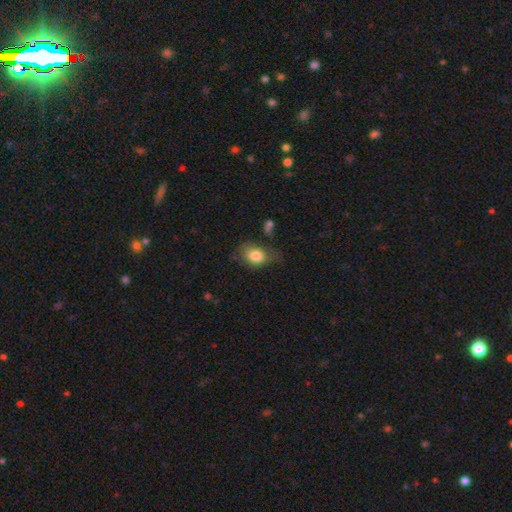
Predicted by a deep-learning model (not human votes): smooth-or-featured: smooth: 80% | featured or disk: 12% | star or artifact: 8%
  how-rounded: in between: 63% | round: 36% | cigar-shaped: 1%
  merging: none: 49% | minor disturbance: 31% | major disturbance: 15% | merger: 5%